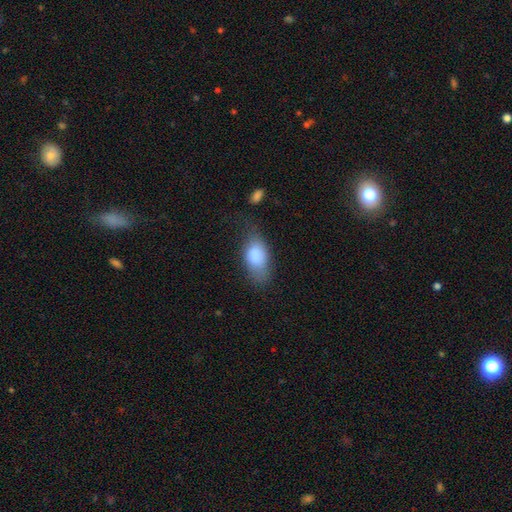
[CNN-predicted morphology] smooth-or-featured: smooth: 83% | featured or disk: 10% | star or artifact: 7%
  how-rounded: in between: 89% | round: 6% | cigar-shaped: 5%
  merging: none: 50% | minor disturbance: 30% | major disturbance: 17% | merger: 4%